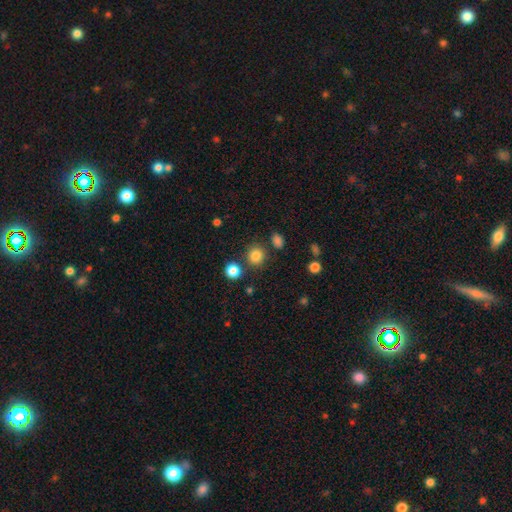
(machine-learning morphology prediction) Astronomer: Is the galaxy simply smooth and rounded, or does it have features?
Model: smooth — 82%.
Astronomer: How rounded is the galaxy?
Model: round — 89%.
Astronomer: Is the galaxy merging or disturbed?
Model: none — 82%.